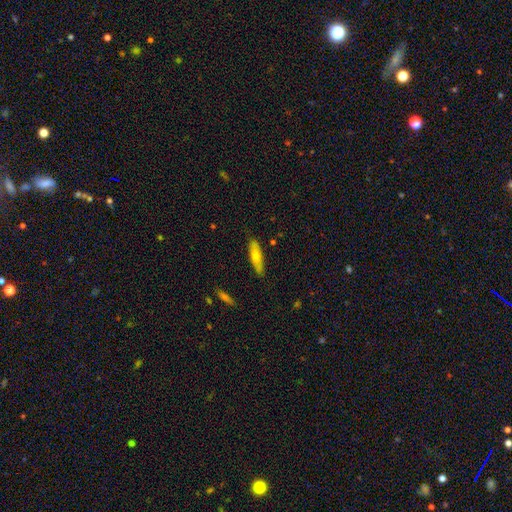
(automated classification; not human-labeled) smooth-or-featured: smooth: 62% | featured or disk: 32% | star or artifact: 6%
  how-rounded: cigar-shaped: 67% | in between: 30% | round: 2%
  merging: none: 86% | minor disturbance: 11% | major disturbance: 2% | merger: 1%